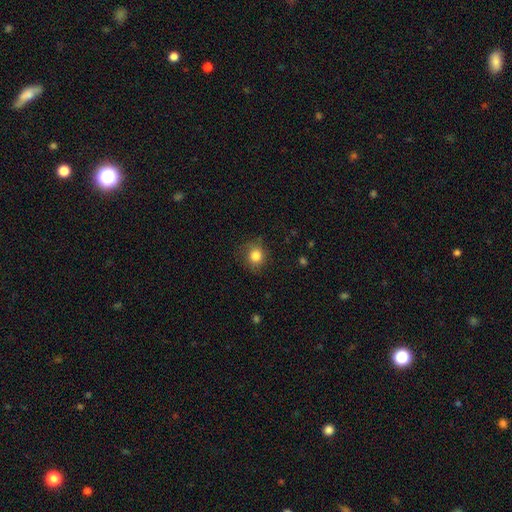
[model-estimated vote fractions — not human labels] A smooth galaxy with no disk features (84%) that is round (80%). Merging: none (80%).